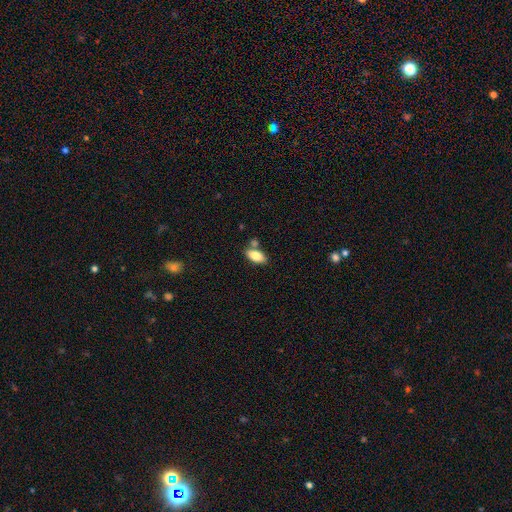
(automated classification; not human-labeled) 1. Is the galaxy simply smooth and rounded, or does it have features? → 82% smooth, 11% featured or disk, 7% star or artifact.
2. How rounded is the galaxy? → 91% in between, 6% cigar-shaped, 3% round.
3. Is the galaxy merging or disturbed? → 69% none, 15% merger, 12% minor disturbance, 3% major disturbance.